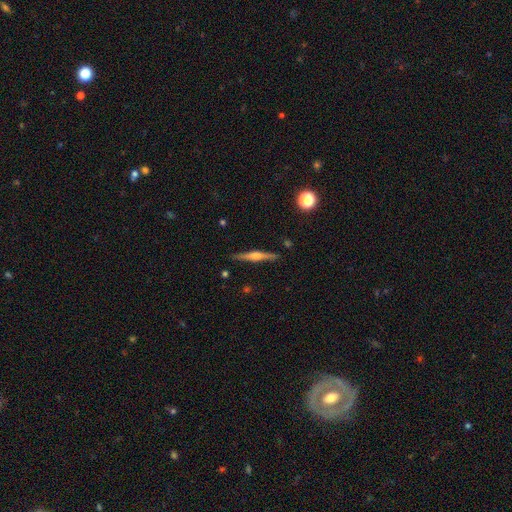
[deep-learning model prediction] Q: Smooth or featured?
A: featured or disk (76%); runner-up: smooth (18%)
Q: Edge-on disk?
A: yes (98%); runner-up: no (2%)
Q: Edge-on bulge?
A: rounded (83%); runner-up: boxy (11%)
Q: Merging?
A: none (90%); runner-up: minor disturbance (7%)